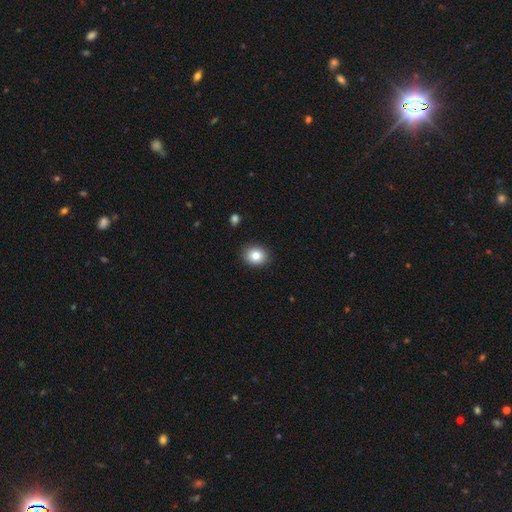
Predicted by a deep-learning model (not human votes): This appears to be a smooth galaxy with no disk features (82%) that is round (65%). Merging: none (88%).